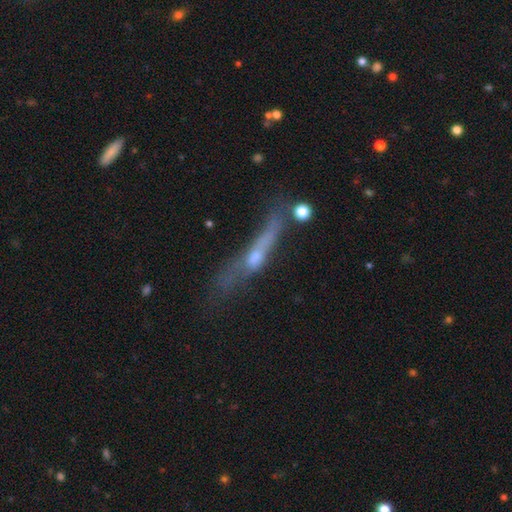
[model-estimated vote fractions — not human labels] This is possibly a featured or disk galaxy (58%). It is likely viewed edge-on (72%). Merging: marginally none (44%).